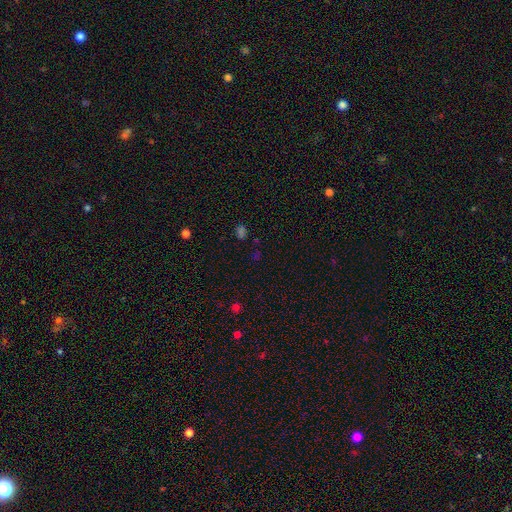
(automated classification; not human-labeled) This appears to be a star or artifact, not a galaxy (48%).